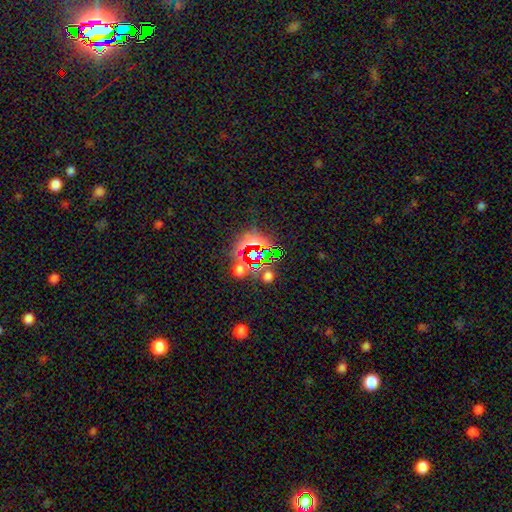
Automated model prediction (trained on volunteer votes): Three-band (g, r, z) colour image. It shows a star or artifact, not a galaxy (70%).